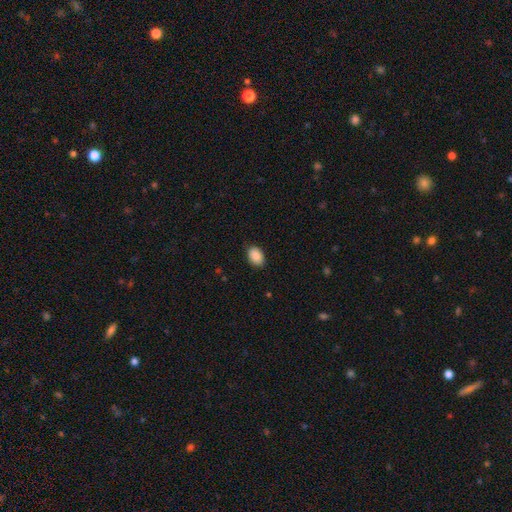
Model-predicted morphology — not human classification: smooth_or_featured: smooth (p=0.89) [alt: star or artifact p=0.07]
how_rounded: in between (p=0.86) [alt: round p=0.13]
merging: none (p=0.86) [alt: minor disturbance p=0.11]